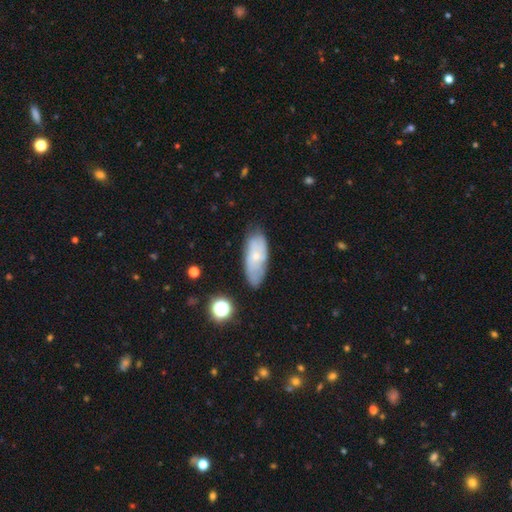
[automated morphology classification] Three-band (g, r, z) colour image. It shows a smooth galaxy with no disk features (49%). Merging: none (69%).